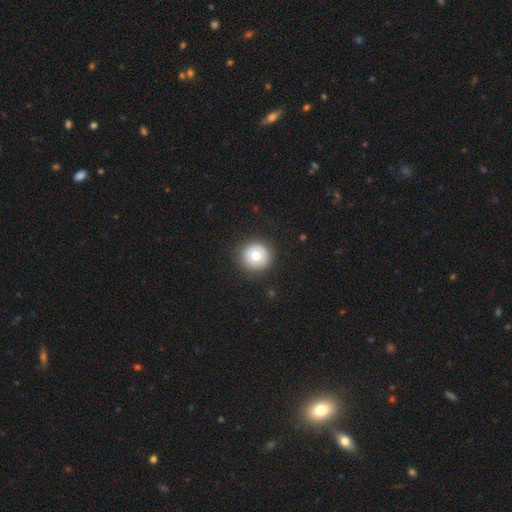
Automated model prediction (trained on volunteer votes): Smooth or featured? smooth (74%)
How rounded? round (96%)
Merging? none (88%)